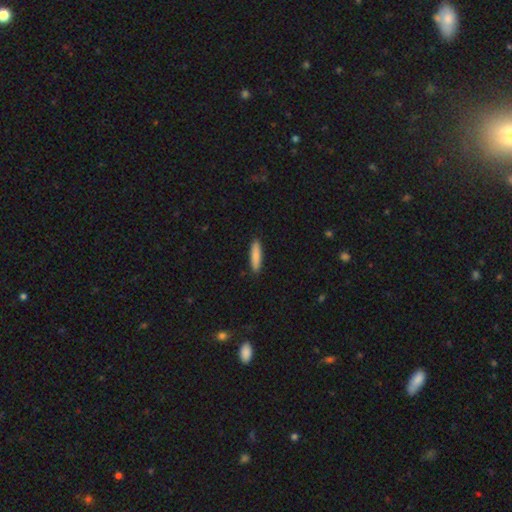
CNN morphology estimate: The model was most divided on "how rounded": cigar-shaped: 80%, in between: 19%, round: 1%. More confident: merging — none (90%); smooth or featured — smooth (85%).